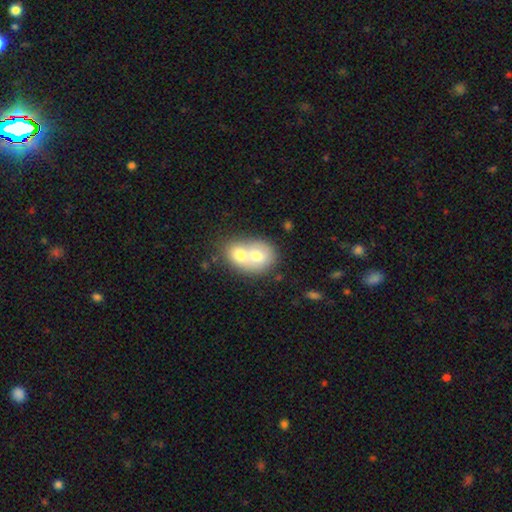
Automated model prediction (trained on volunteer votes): Smooth or featured? smooth (64%)
How rounded? round (50%)
Merging? merger (74%)